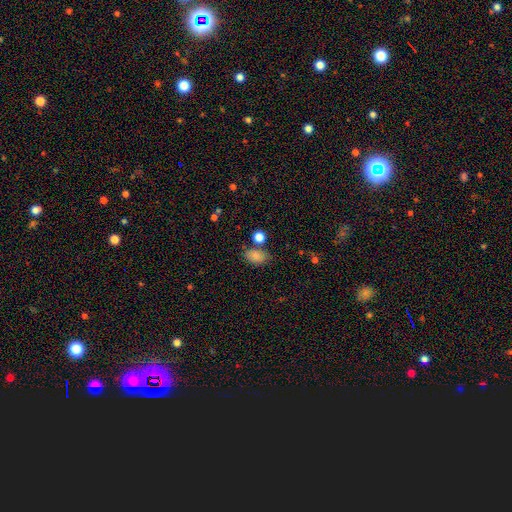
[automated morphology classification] The model was most divided on "merging": none: 69%, minor disturbance: 17%, merger: 10%, major disturbance: 5%. More confident: smooth or featured — smooth (84%); how rounded — in between (84%).